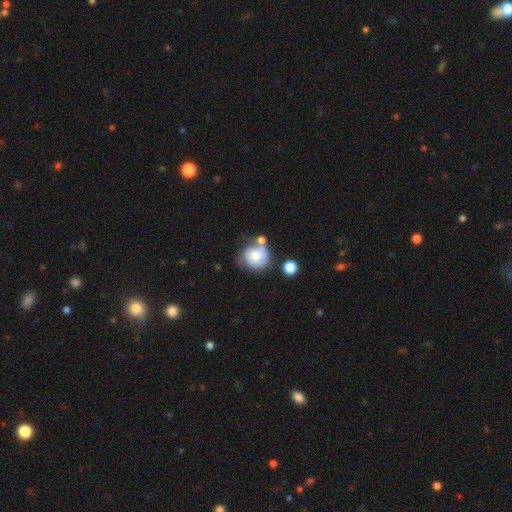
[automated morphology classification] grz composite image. It shows a smooth galaxy with no disk features (55%) that is round (77%). Merging: none (38%).